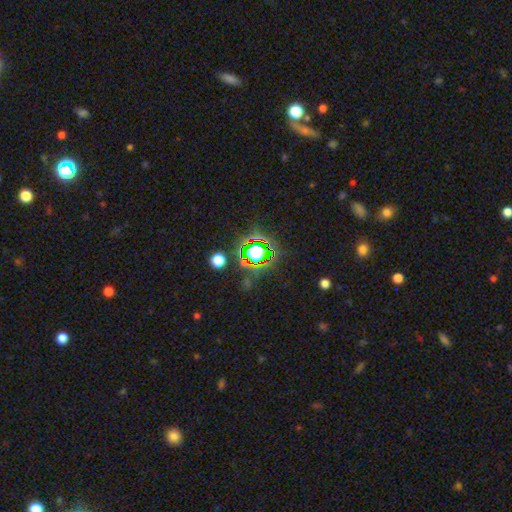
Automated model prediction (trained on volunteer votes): Smooth or featured? Predicted: star or artifact (p=0.68).